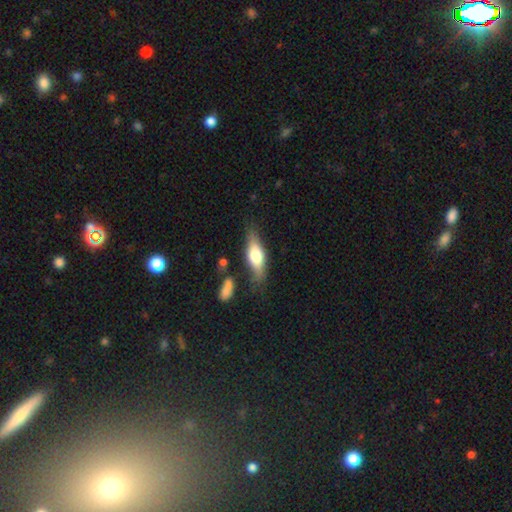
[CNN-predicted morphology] smooth-or-featured: smooth: 52% | featured or disk: 42% | star or artifact: 6%
  how-rounded: in between: 54% | cigar-shaped: 43% | round: 3%
  merging: none: 72% | minor disturbance: 17% | merger: 6% | major disturbance: 5%